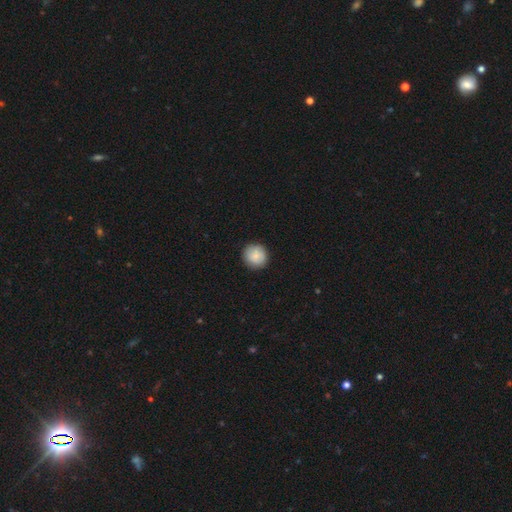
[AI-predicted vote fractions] A smooth galaxy with no disk features (84%) that is round (94%).

Vote fractions:
- Smooth or featured? smooth: 84% / featured or disk: 9% / star or artifact: 7%
- How rounded? round: 94% / in between: 5% / cigar-shaped: 1%
- Merging? none: 89% / minor disturbance: 8% / major disturbance: 2% / merger: 1%